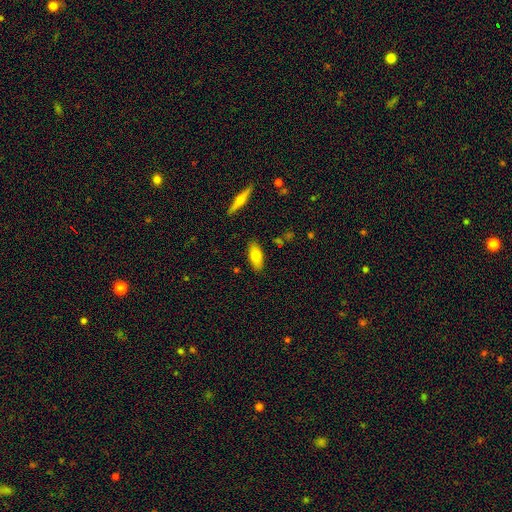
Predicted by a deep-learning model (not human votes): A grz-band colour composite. It shows a smooth galaxy with no disk features (74%) that is in between round and cigar-shaped (79%). Merging: none (86%).